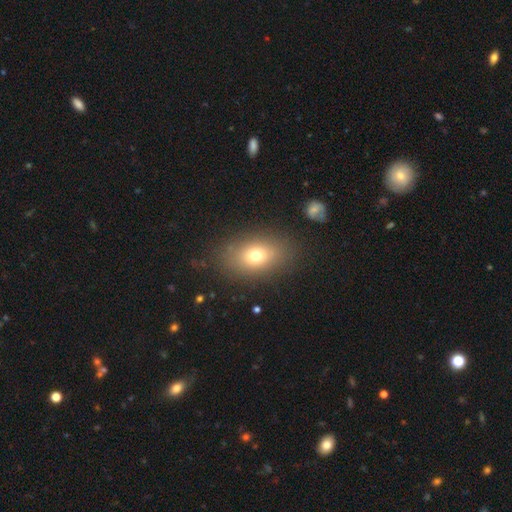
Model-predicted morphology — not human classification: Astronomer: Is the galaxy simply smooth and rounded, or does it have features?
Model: smooth — 72%.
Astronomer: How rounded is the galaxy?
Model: in between — 77%.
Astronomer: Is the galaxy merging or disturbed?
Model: none — 83%.